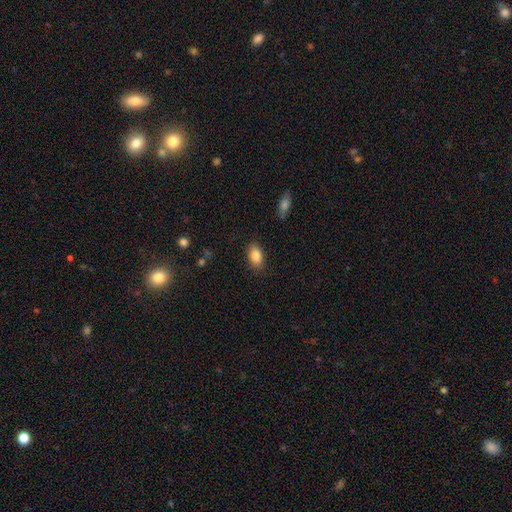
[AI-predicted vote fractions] smooth 85%, star or artifact 8%, featured or disk 7%. Down the decision tree: how rounded — in between (89%); merging — none (85%).